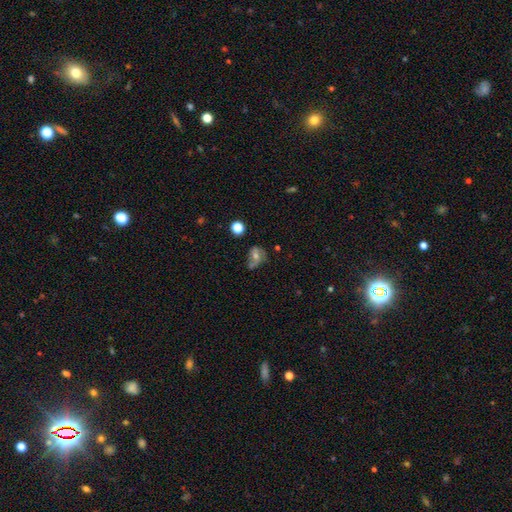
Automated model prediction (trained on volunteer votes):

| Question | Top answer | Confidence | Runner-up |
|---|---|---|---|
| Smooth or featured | featured or disk | 53% | smooth (33%) |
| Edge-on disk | no | 96% | yes (4%) |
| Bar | no | 57% | weak (31%) |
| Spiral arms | yes | 74% | no (26%) |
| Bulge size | moderate | 60% | small (32%) |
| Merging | none | 51% | minor disturbance (27%) |